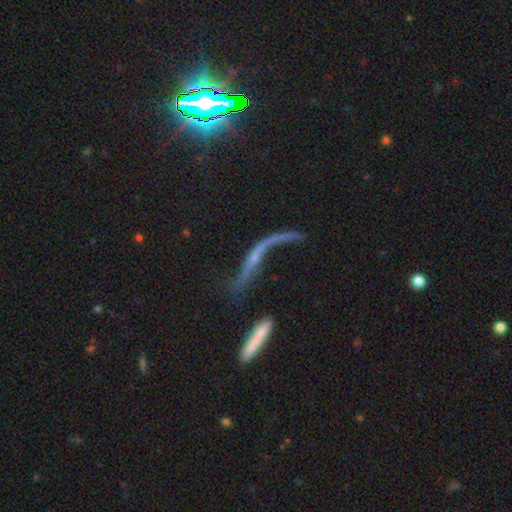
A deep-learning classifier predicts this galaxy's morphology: A featured or disk galaxy (74%) with no bar (60%), spiral arms (72%) and a small central bulge (56%).

Vote fractions:
- Smooth or featured? featured or disk: 74% / smooth: 13% / star or artifact: 13%
- Edge-on disk? no: 71% / yes: 29%
- Bar? no: 60% / weak: 23% / strong: 17%
- Spiral arms? yes: 72% / no: 28%
- Bulge size? small: 56% / none: 24% / moderate: 15% / large: 3% / dominant: 2%
- Merging? none: 36% / major disturbance: 35% / minor disturbance: 16% / merger: 13%